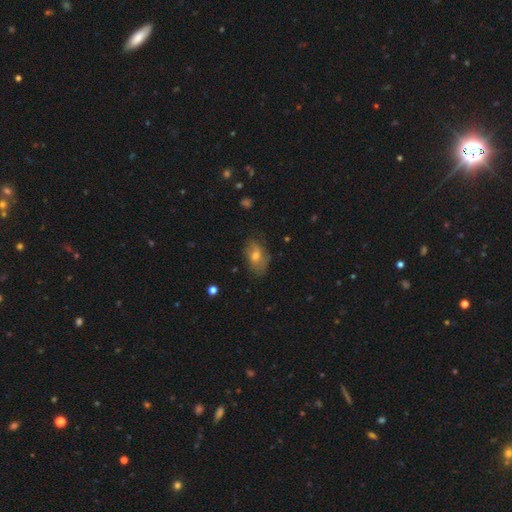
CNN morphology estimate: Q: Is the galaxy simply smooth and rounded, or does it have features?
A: smooth — 60%.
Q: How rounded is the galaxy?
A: in between — 87%.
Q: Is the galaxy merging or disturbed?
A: none — 64%.